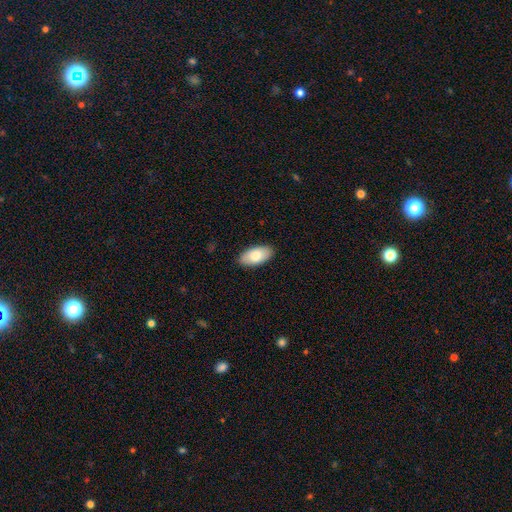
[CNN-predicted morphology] type=smooth (82%); roundness=in between (94%); merging=none (89%).